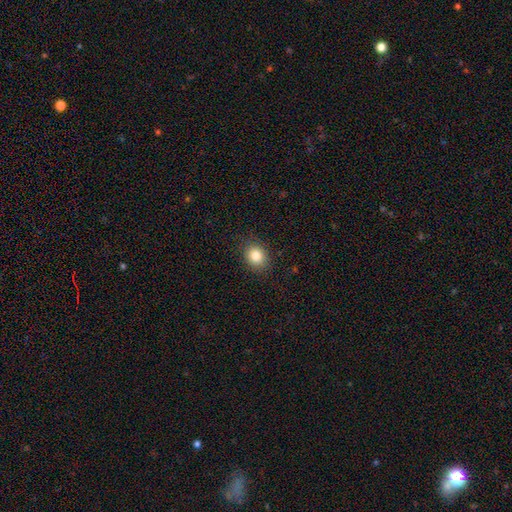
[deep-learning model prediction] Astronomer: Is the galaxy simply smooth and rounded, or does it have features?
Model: smooth — 83%.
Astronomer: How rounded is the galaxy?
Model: round — 59% (runner-up: in between, 40%).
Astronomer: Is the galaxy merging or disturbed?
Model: none — 87%.